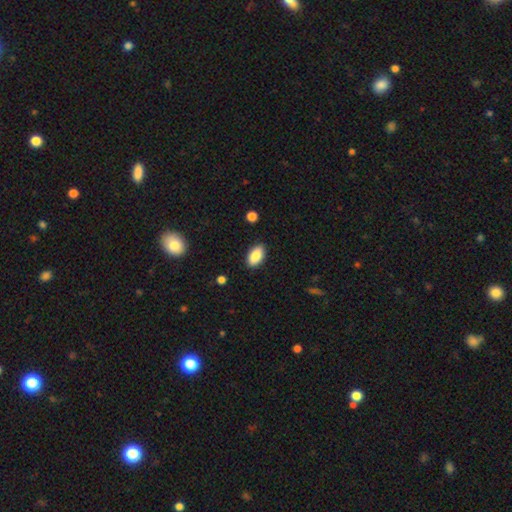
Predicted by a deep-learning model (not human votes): Q: Smooth or featured?
A: smooth (87%); runner-up: star or artifact (7%)
Q: How rounded?
A: in between (93%); runner-up: round (4%)
Q: Merging?
A: none (88%); runner-up: minor disturbance (8%)